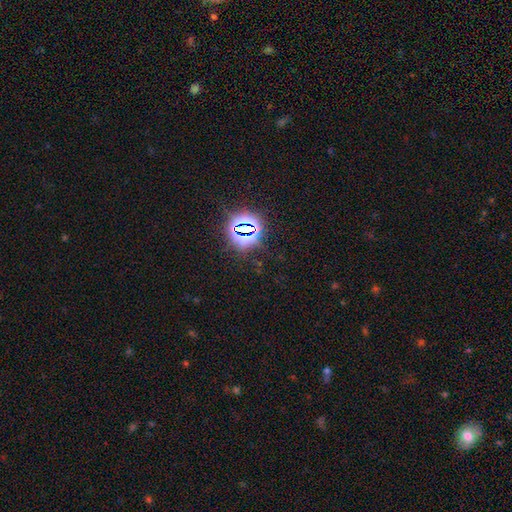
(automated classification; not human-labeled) Smooth or featured: star or artifact — 82% (smooth — 11%)